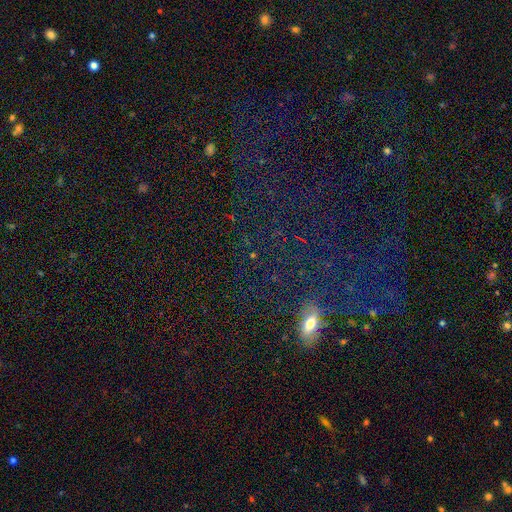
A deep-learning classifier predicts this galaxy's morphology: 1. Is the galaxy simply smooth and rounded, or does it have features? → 61% star or artifact, 25% smooth, 14% featured or disk.